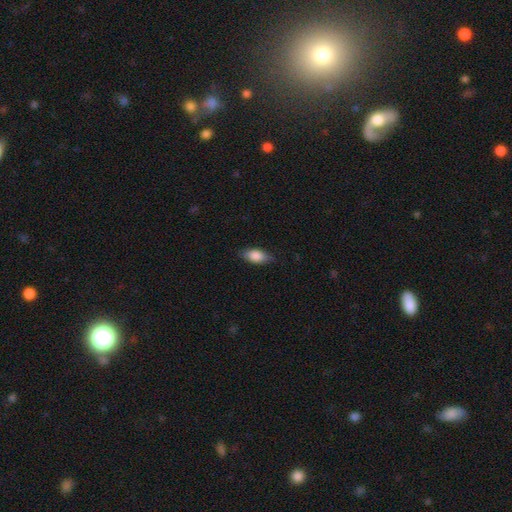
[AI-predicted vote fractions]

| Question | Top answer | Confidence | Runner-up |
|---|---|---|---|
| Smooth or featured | smooth | 82% | featured or disk (11%) |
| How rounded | in between | 87% | cigar-shaped (10%) |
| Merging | none | 82% | minor disturbance (15%) |